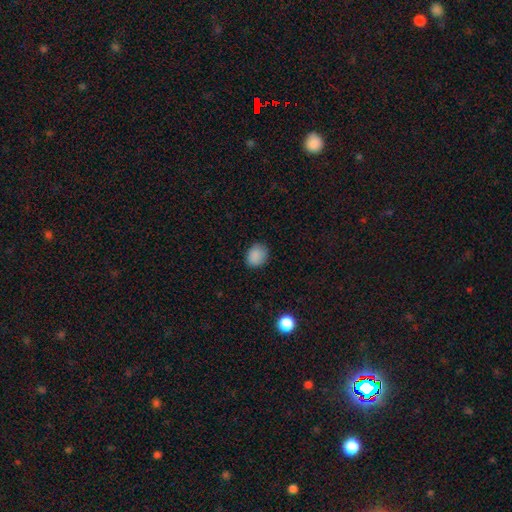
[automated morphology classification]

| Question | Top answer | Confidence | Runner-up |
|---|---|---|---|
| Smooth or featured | smooth | 87% | star or artifact (9%) |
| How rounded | round | 59% | in between (40%) |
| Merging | none | 84% | minor disturbance (13%) |